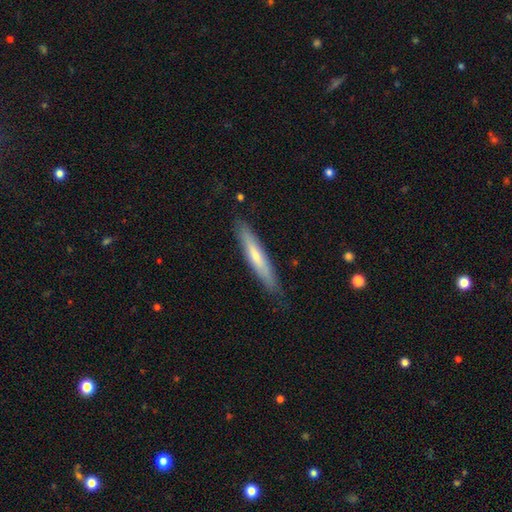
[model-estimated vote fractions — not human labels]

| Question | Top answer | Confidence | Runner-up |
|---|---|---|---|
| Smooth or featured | smooth | 57% | featured or disk (37%) |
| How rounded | cigar-shaped | 92% | in between (7%) |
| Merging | none | 85% | minor disturbance (11%) |